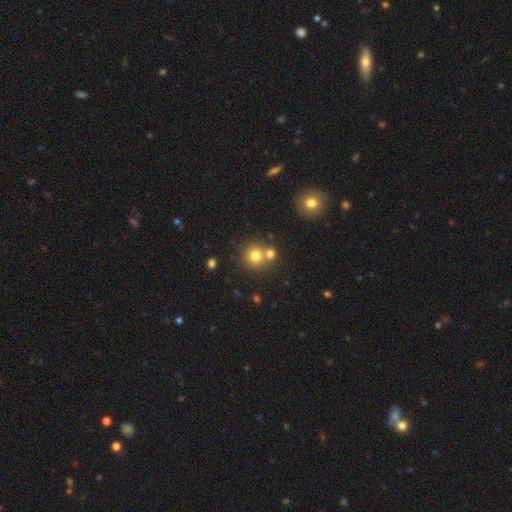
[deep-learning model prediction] A smooth galaxy with no disk features (76%) that is round (90%). Merging: none (56%).